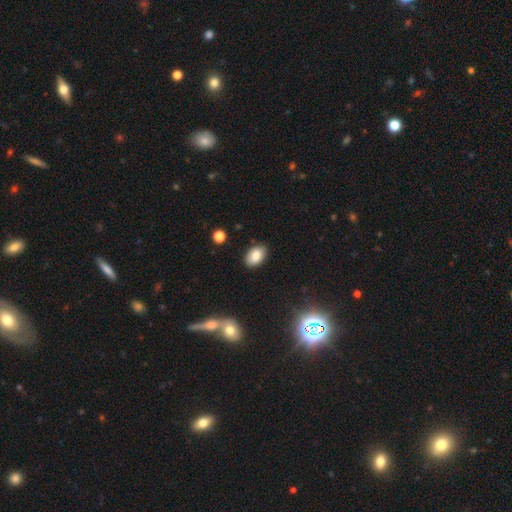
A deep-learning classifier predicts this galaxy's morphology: This appears to be a smooth galaxy with no disk features (85%) that is in between round and cigar-shaped (90%). Merging: none (85%).